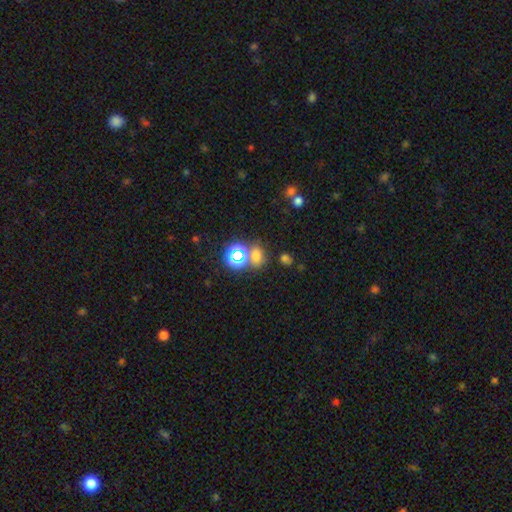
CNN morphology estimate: smooth 51%, star or artifact 42%, featured or disk 8%. Down the decision tree: how rounded — round (53%); merging — none (66%).